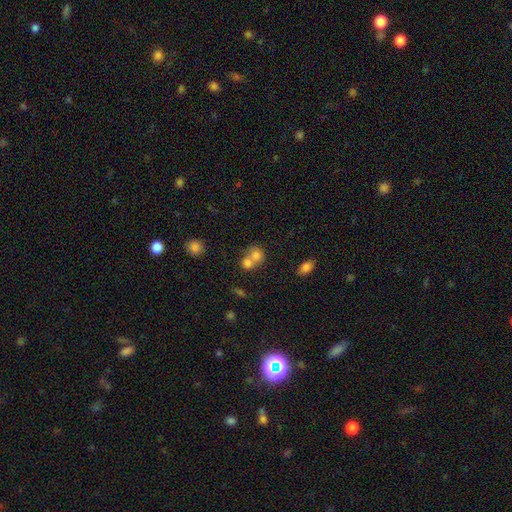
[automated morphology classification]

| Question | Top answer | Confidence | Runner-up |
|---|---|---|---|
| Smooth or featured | smooth | 75% | featured or disk (14%) |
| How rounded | round | 68% | in between (31%) |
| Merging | merger | 63% | none (27%) |